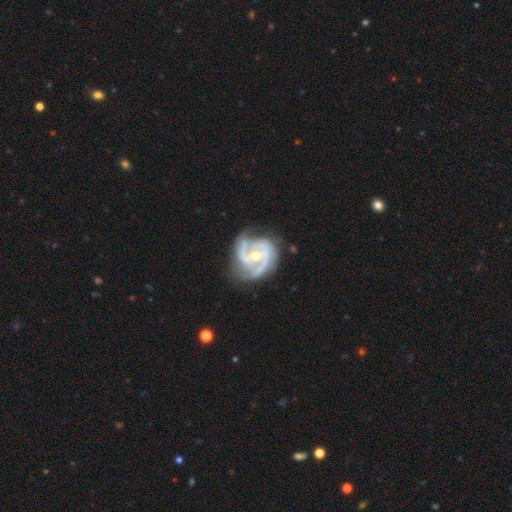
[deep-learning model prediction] Smooth or featured?
  - featured or disk: 92% *
  - smooth: 4%
  - star or artifact: 4%
Edge-on disk?
  - no: 98% *
  - yes: 2%
Bar?
  - no: 43% *
  - weak: 37%
  - strong: 20%
Spiral arms?
  - yes: 98% *
  - no: 2%
Spiral winding?
  - medium: 49% *
  - tight: 41%
  - loose: 10%
Spiral arm count?
  - 2: 57% *
  - 3: 29%
  - can't tell: 6%
  - 1: 3%
  - 4: 3%
  - more than 4: 3%
Bulge size?
  - moderate: 49% *
  - small: 48%
  - large: 1%
  - none: 1%
  - dominant: 1%
Merging?
  - none: 65% *
  - minor disturbance: 22%
  - major disturbance: 10%
  - merger: 2%